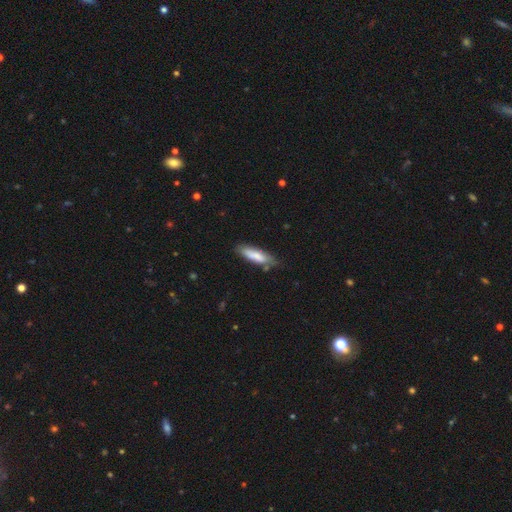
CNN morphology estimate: Overall: smooth (76%). How rounded: cigar-shaped (62%; in between 37%). Merging: none (69%).